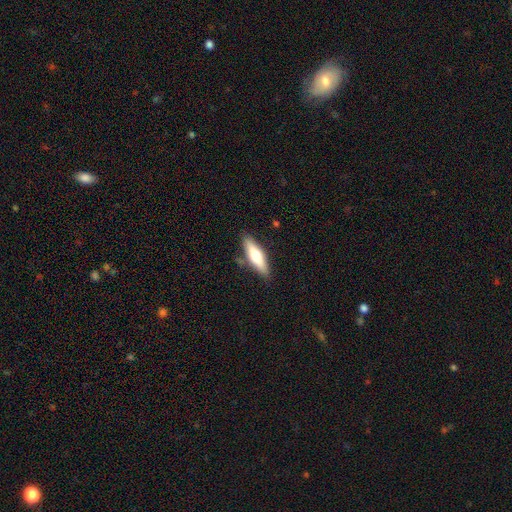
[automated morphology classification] Smooth or featured? Predicted: smooth (p=0.57). How rounded? Predicted: cigar-shaped (p=0.57). Merging? Predicted: none (p=0.83).